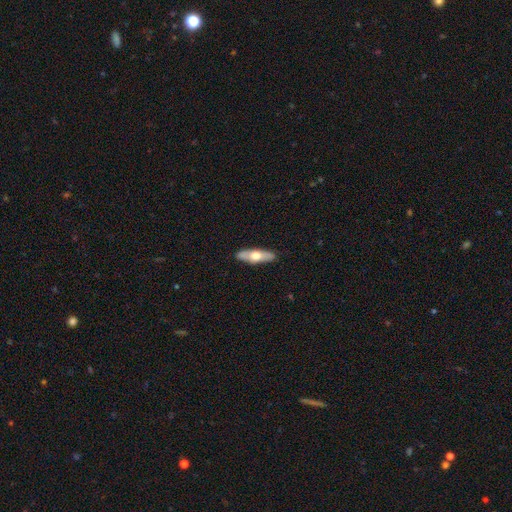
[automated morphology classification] Q: Smooth or featured?
A: smooth (53%); runner-up: featured or disk (42%)
Q: How rounded?
A: cigar-shaped (54%); runner-up: in between (44%)
Q: Merging?
A: none (88%); runner-up: minor disturbance (9%)